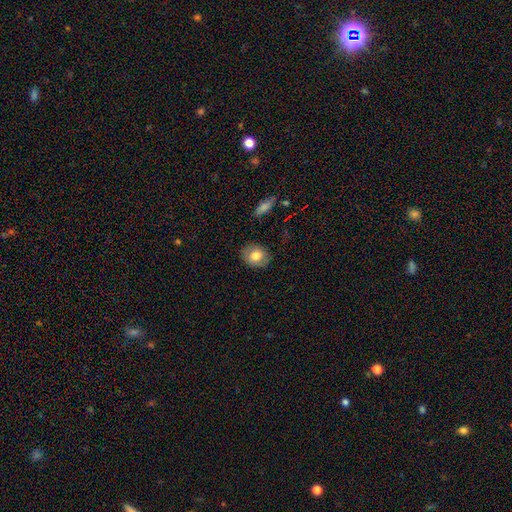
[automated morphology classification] Q: Smooth or featured?
A: smooth (75%); runner-up: featured or disk (18%)
Q: How rounded?
A: in between (52%); runner-up: round (47%)
Q: Merging?
A: none (86%); runner-up: minor disturbance (11%)